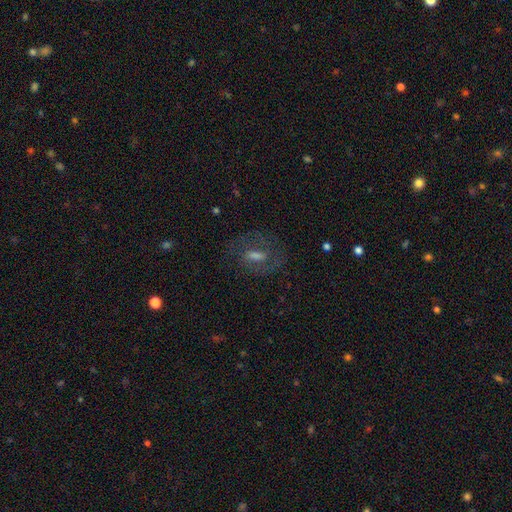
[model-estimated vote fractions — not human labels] Smooth or featured?
  - featured or disk: 55% *
  - smooth: 29%
  - star or artifact: 16%
Edge-on disk?
  - no: 91% *
  - yes: 9%
Bar?
  - weak: 45% *
  - strong: 29%
  - no: 25%
Spiral arms?
  - yes: 68% *
  - no: 32%
Bulge size?
  - moderate: 41% *
  - small: 22%
  - large: 19%
  - none: 16%
  - dominant: 3%
Merging?
  - none: 72% *
  - minor disturbance: 15%
  - major disturbance: 12%
  - merger: 2%